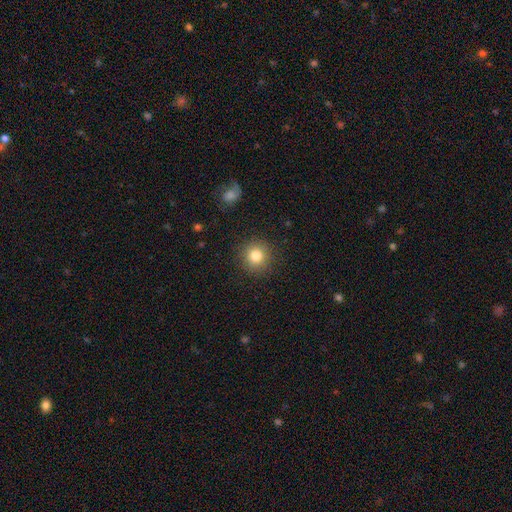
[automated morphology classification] Smooth or featured? smooth (82%)
How rounded? round (93%)
Merging? none (90%)